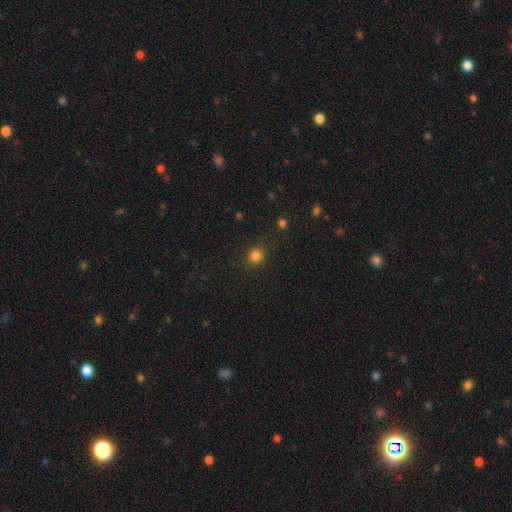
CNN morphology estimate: Overall: smooth (82%). How rounded: round (89%). Merging: none (89%).